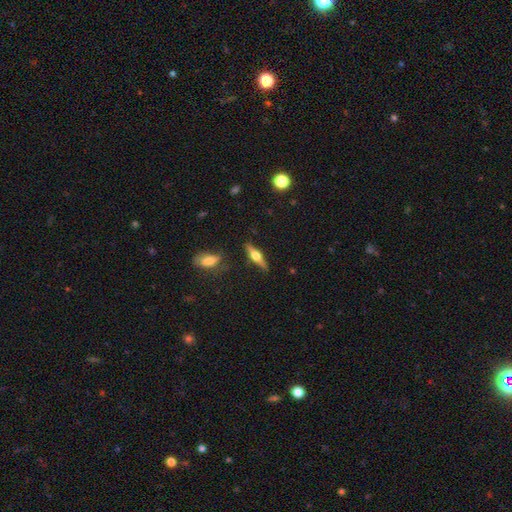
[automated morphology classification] Smooth or featured?
  - featured or disk: 64% *
  - smooth: 30%
  - star or artifact: 6%
Edge-on disk?
  - yes: 96% *
  - no: 4%
Edge-on bulge?
  - rounded: 93% *
  - boxy: 5%
  - none: 2%
Merging?
  - none: 84% *
  - minor disturbance: 11%
  - major disturbance: 3%
  - merger: 3%